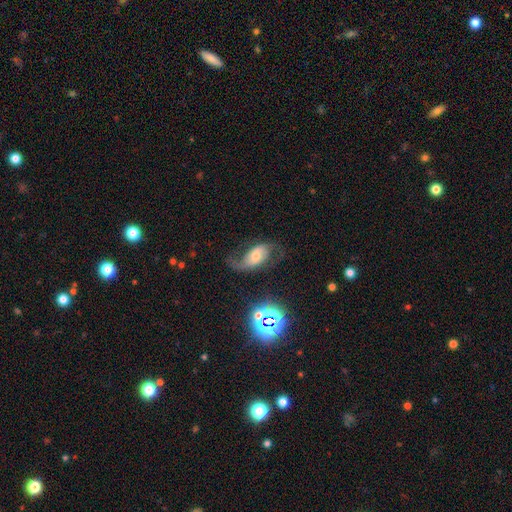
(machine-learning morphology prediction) A featured or disk galaxy (70%) with no bar (48%), 2 (83%) loose (61%) spiral arms (91%) and a moderate central bulge (50%).

Vote fractions:
- Smooth or featured? featured or disk: 70% / smooth: 18% / star or artifact: 12%
- Edge-on disk? no: 95% / yes: 5%
- Bar? no: 48% / weak: 35% / strong: 16%
- Spiral arms? yes: 91% / no: 9%
- Spiral winding? loose: 61% / medium: 31% / tight: 8%
- Spiral arm count? 2: 83% / 1: 9% / can't tell: 5% / 3: 1% / 4: 1% / more than 4: 1%
- Bulge size? moderate: 50% / small: 36% / large: 8% / none: 3% / dominant: 2%
- Merging? none: 56% / minor disturbance: 20% / major disturbance: 20% / merger: 3%